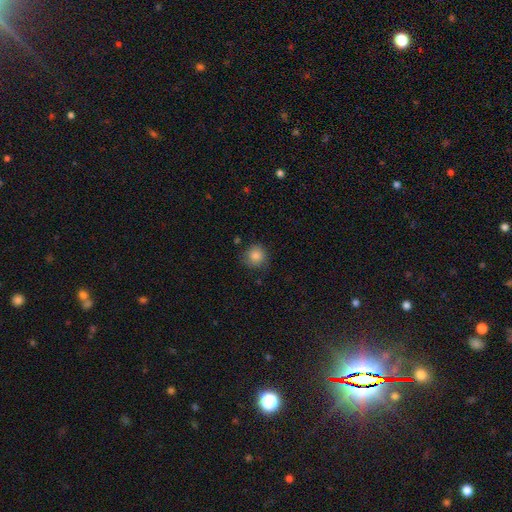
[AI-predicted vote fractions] smooth 86%, star or artifact 10%, featured or disk 5%. Down the decision tree: how rounded — round (92%); merging — none (80%).